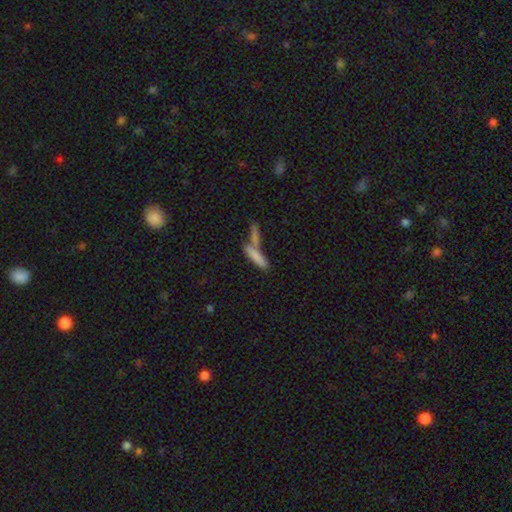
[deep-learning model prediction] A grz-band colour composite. It shows a smooth galaxy with no disk features (74%) that is cigar-shaped (80%). Merging: none (45%).